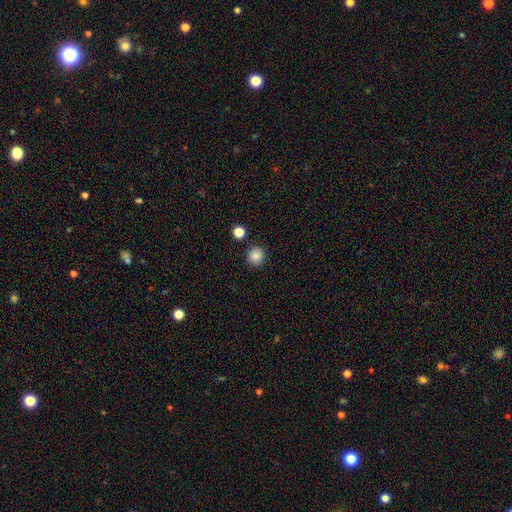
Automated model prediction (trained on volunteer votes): smooth-or-featured: smooth: 85% | star or artifact: 10% | featured or disk: 5%
  how-rounded: round: 92% | in between: 7% | cigar-shaped: 1%
  merging: none: 88% | minor disturbance: 7% | merger: 3% | major disturbance: 2%